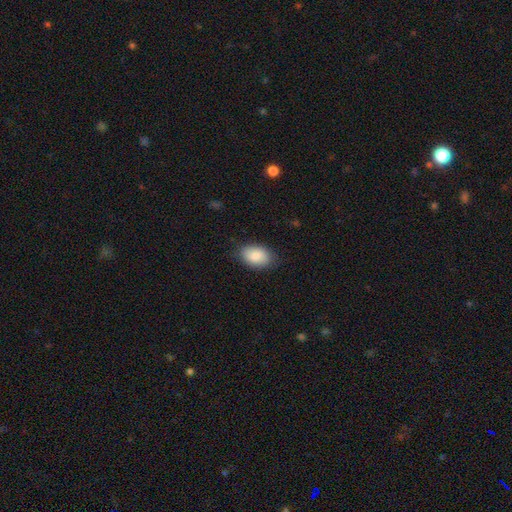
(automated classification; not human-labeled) smooth-or-featured: smooth: 87% | featured or disk: 7% | star or artifact: 6%
  how-rounded: in between: 90% | round: 9% | cigar-shaped: 1%
  merging: none: 83% | minor disturbance: 14% | major disturbance: 3% | merger: 1%